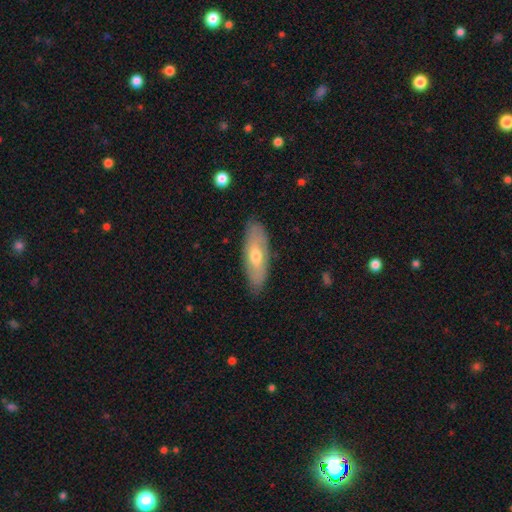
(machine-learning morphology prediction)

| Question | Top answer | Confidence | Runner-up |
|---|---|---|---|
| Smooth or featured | smooth | 51% | featured or disk (42%) |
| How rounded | in between | 61% | cigar-shaped (37%) |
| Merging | none | 84% | minor disturbance (12%) |